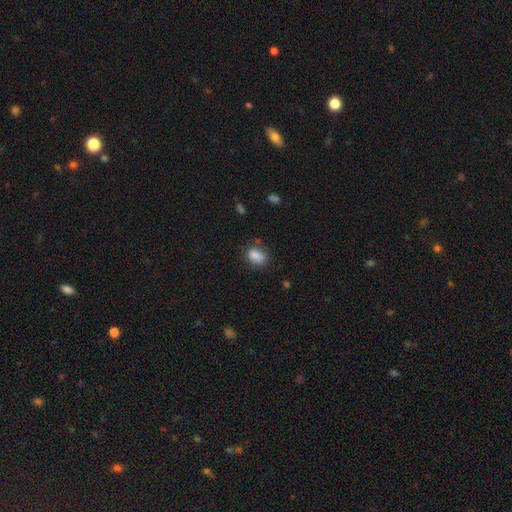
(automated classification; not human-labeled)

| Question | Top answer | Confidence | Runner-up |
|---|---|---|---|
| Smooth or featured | smooth | 86% | star or artifact (9%) |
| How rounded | in between | 79% | round (19%) |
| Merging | none | 72% | minor disturbance (19%) |